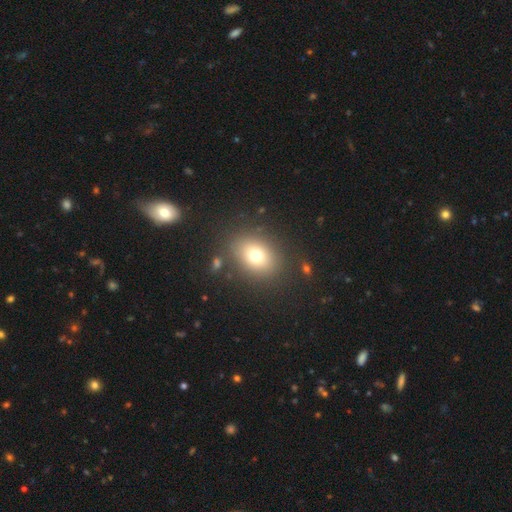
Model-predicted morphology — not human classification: smooth-or-featured: smooth: 73% | star or artifact: 14% | featured or disk: 13%
  how-rounded: in between: 53% | round: 46% | cigar-shaped: 1%
  merging: none: 83% | minor disturbance: 9% | major disturbance: 5% | merger: 3%